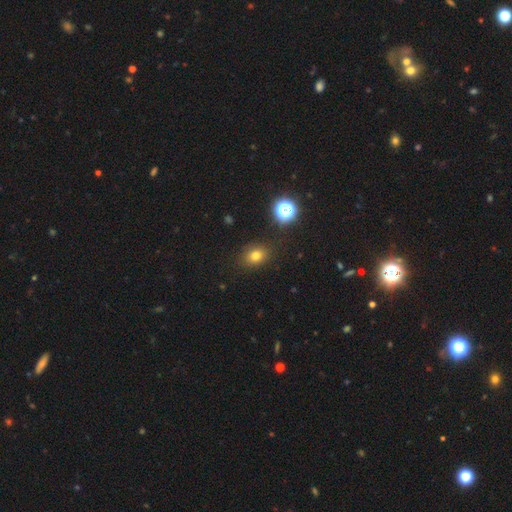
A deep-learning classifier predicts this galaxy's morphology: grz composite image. It shows a smooth galaxy with no disk features (75%) that is round (52%). Merging: none (86%).